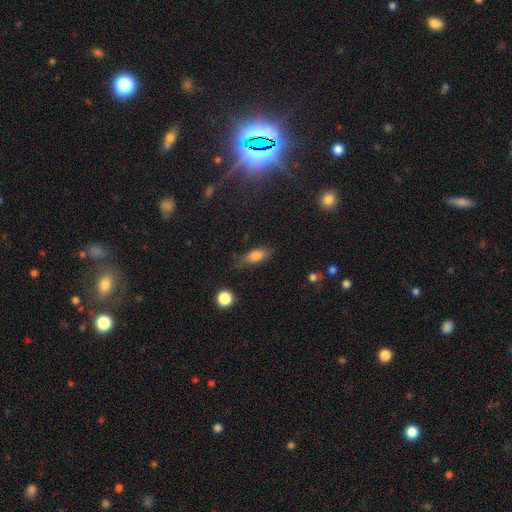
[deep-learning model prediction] Smooth or featured: smooth — 77% (featured or disk — 14%)
How rounded: in between — 74% (cigar-shaped — 21%)
Merging: none — 69% (minor disturbance — 23%)